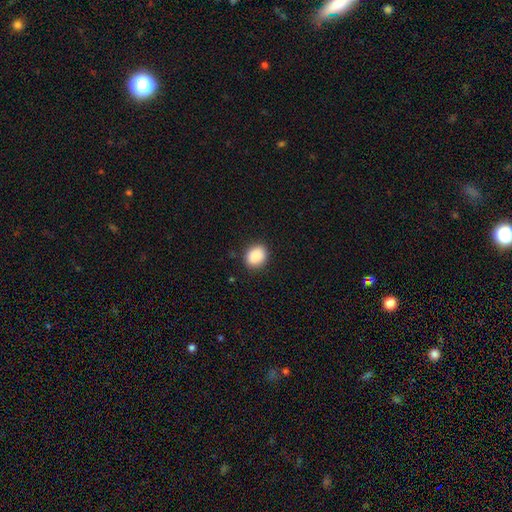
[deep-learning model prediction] Smooth or featured: smooth — 89% (star or artifact — 8%)
How rounded: in between — 52% (round — 47%)
Merging: none — 88% (minor disturbance — 9%)